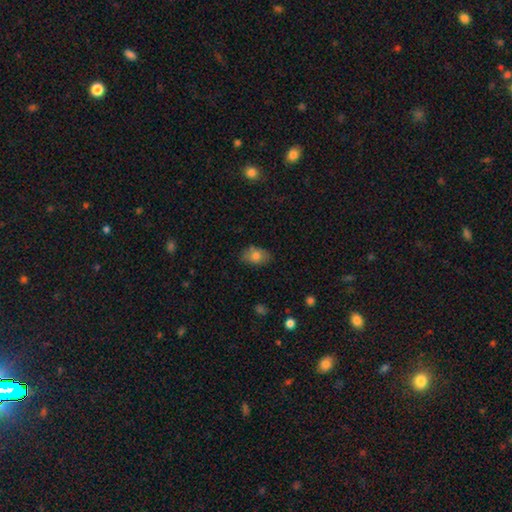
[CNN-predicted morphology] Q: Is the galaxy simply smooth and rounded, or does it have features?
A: smooth — 80%.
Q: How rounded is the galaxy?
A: in between — 85%.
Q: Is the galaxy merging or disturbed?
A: none — 74%.